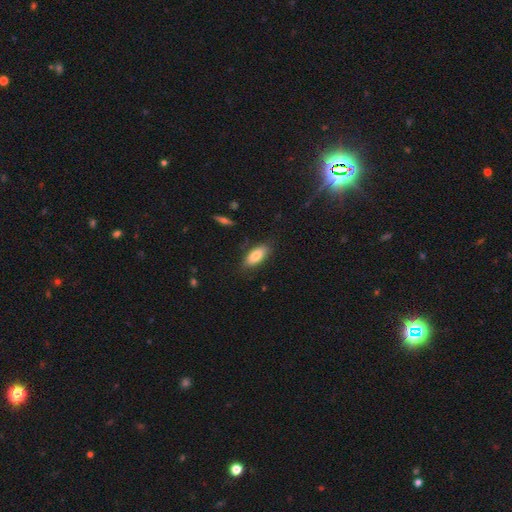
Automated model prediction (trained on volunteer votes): The model was most divided on "merging": none: 81%, minor disturbance: 14%, major disturbance: 3%, merger: 2%. More confident: how rounded — in between (83%); smooth or featured — smooth (82%).